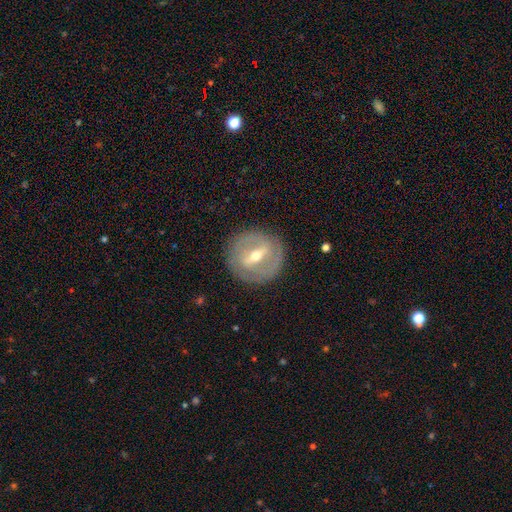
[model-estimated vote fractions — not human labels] Smooth or featured? featured or disk (74%)
Edge-on disk? no (90%)
Bar? strong (57%)
Spiral arms? yes (50%, tied with no)
Bulge size? moderate (64%)
Merging? none (85%)